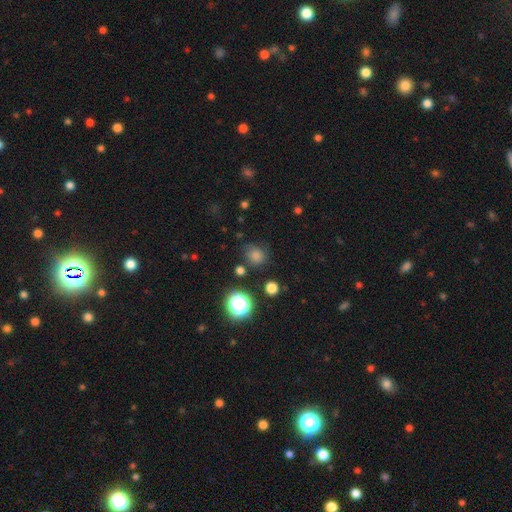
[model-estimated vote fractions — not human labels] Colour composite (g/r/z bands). It shows a smooth galaxy with no disk features (74%) that is round (77%). Merging: none (71%).